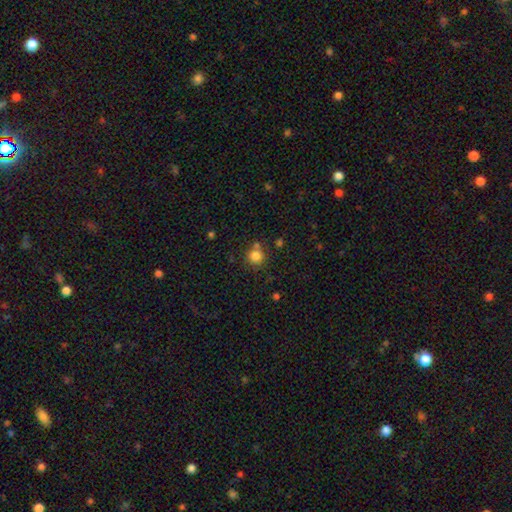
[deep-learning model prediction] Smooth or featured: smooth — 82% (star or artifact — 13%)
How rounded: round — 92% (in between — 7%)
Merging: none — 72% (merger — 15%)